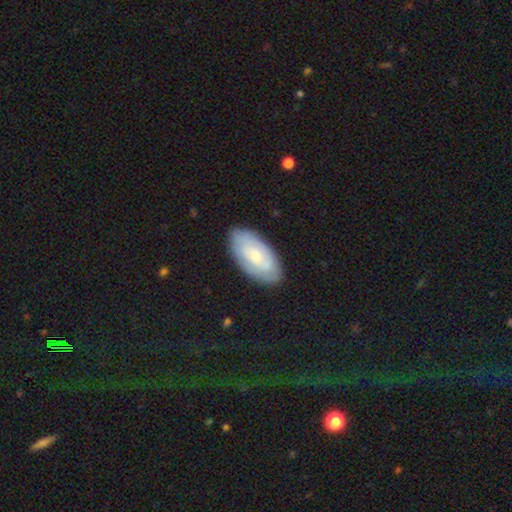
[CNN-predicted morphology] A smooth galaxy with no disk features (51%) that is in between round and cigar-shaped (93%).

Vote fractions:
- Smooth or featured? smooth: 51% / featured or disk: 43% / star or artifact: 6%
- How rounded? in between: 93% / cigar-shaped: 4% / round: 2%
- Merging? none: 83% / minor disturbance: 13% / major disturbance: 3% / merger: 1%